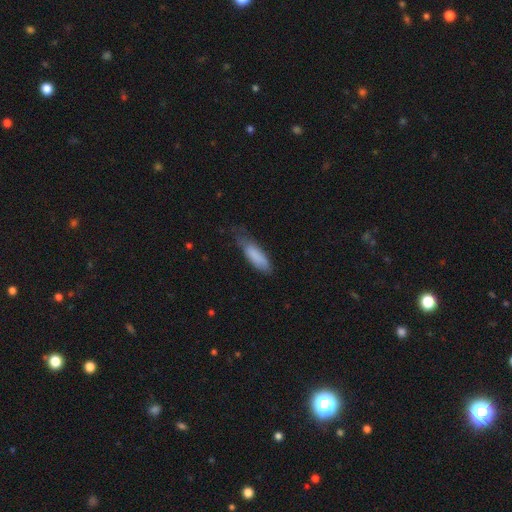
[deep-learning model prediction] Morphology: type=smooth (84%); roundness=cigar-shaped (51%); merging=none (49%).